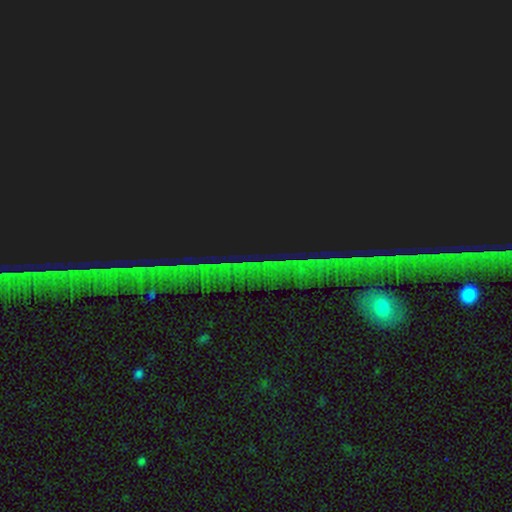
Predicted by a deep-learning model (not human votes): The model was most divided on "smooth or featured": star or artifact: 84%, featured or disk: 8%, smooth: 8%.